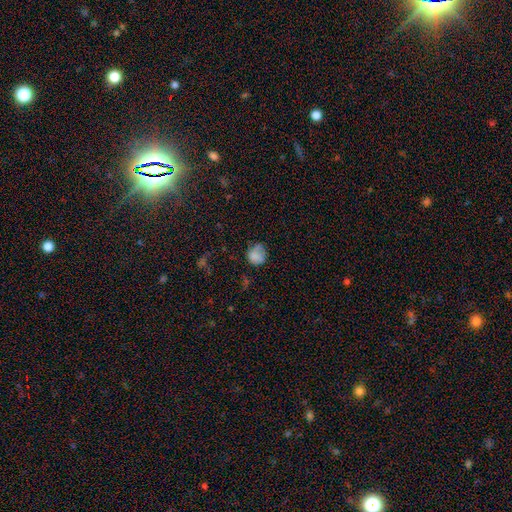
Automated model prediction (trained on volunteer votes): smooth_or_featured: smooth (p=0.75) [alt: featured or disk p=0.14]
how_rounded: round (p=0.70) [alt: in between p=0.29]
merging: none (p=0.47) [alt: minor disturbance p=0.32]